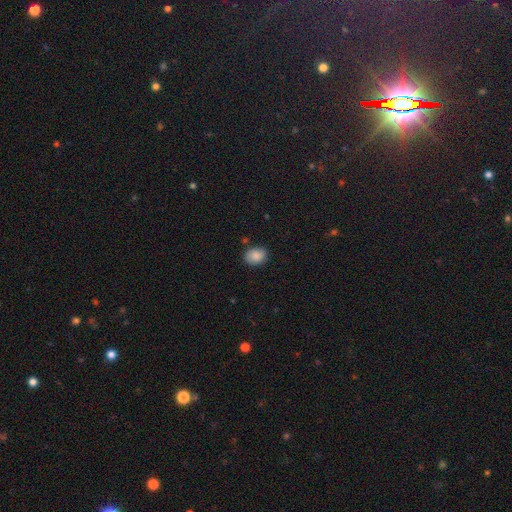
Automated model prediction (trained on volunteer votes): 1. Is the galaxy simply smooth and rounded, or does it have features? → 87% smooth, 8% star or artifact, 5% featured or disk.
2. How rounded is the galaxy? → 56% in between, 43% round, 1% cigar-shaped.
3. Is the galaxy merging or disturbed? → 83% none, 13% minor disturbance, 3% major disturbance, 2% merger.